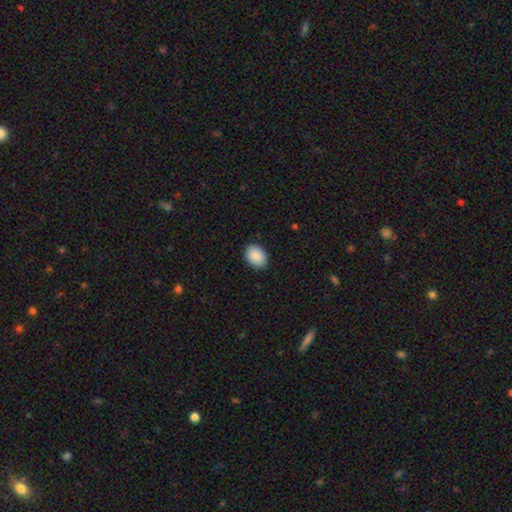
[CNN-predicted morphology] Smooth or featured? smooth (90%)
How rounded? in between (77%)
Merging? none (88%)